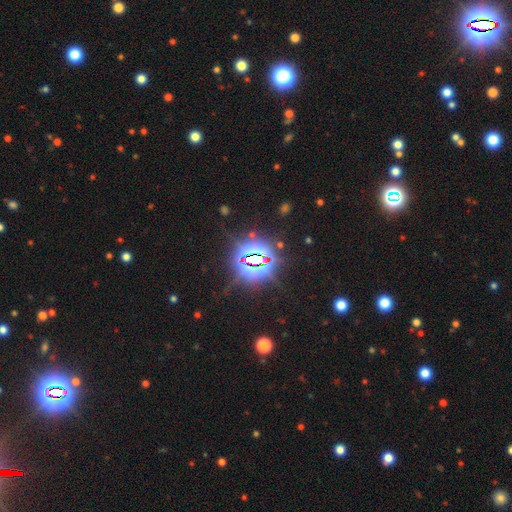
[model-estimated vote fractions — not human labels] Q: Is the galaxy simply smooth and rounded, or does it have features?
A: star or artifact — 84%.